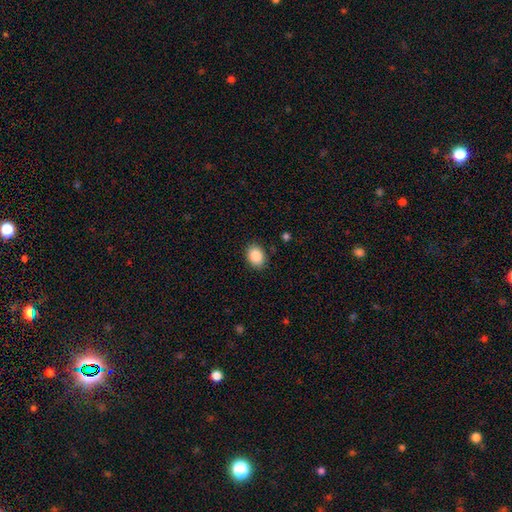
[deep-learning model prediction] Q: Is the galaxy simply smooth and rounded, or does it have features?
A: smooth — 88%.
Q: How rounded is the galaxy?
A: in between — 67%.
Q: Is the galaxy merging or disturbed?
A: none — 87%.